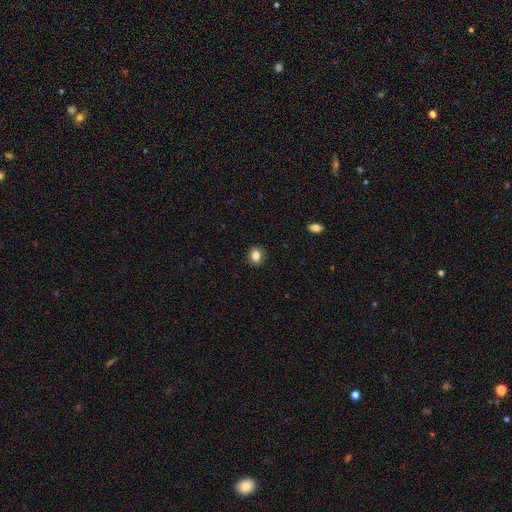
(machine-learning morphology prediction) Smooth or featured? smooth (83%)
How rounded? round (50%)
Merging? none (89%)